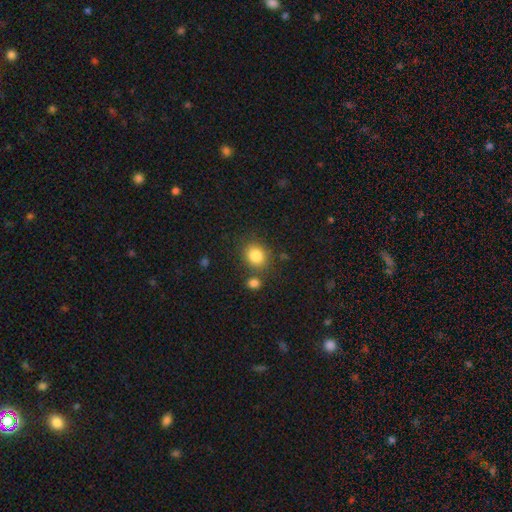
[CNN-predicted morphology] type=smooth (84%); roundness=round (69%); merging=none (76%).